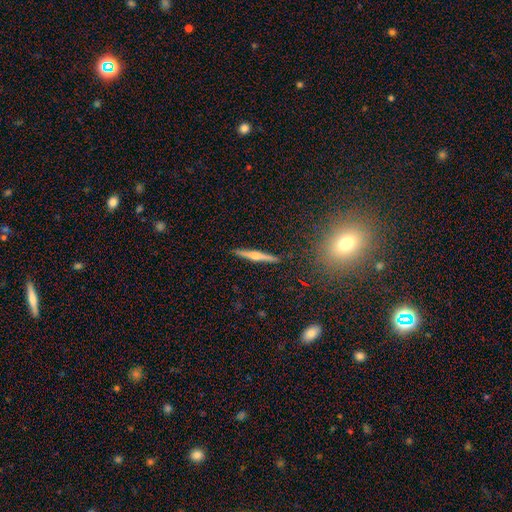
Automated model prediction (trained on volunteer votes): This is possibly a featured or disk galaxy (60%). It is clearly viewed edge-on (98%). Edge-on bulge: likely rounded (79%). Merging: clearly none (91%).